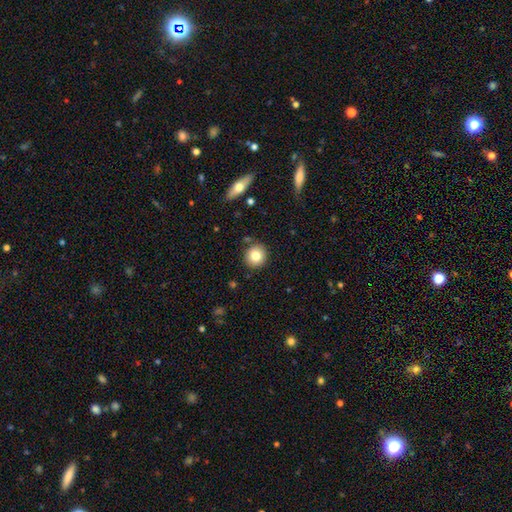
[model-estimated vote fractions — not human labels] This is clearly a smooth galaxy (81%). How rounded: clearly round (90%). Merging: clearly none (88%).